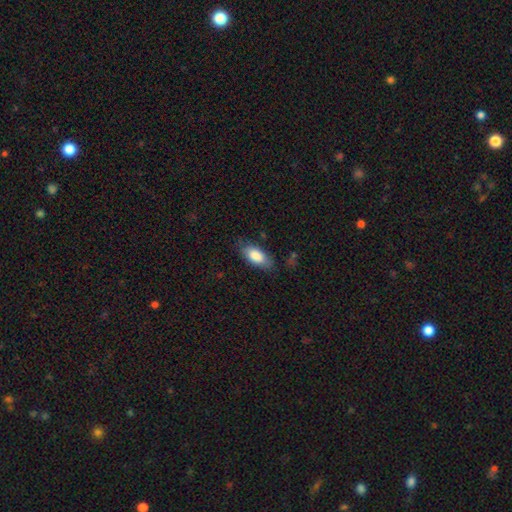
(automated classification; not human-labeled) This is clearly a smooth galaxy (83%). How rounded: clearly in between (87%). Merging: likely none (76%).